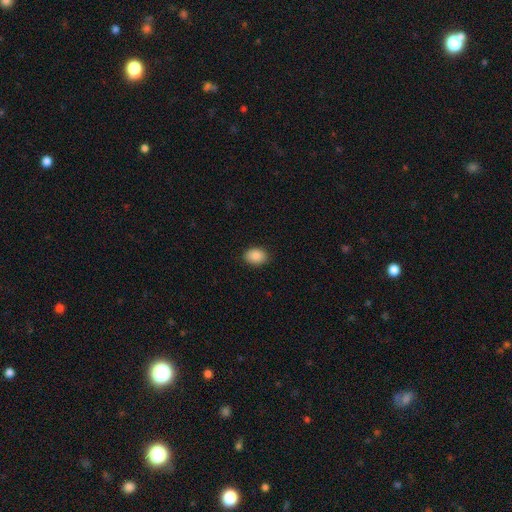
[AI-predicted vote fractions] Smooth or featured?
  - smooth: 89% *
  - star or artifact: 7%
  - featured or disk: 4%
How rounded?
  - in between: 75% *
  - round: 24%
  - cigar-shaped: 1%
Merging?
  - none: 88% *
  - minor disturbance: 9%
  - major disturbance: 2%
  - merger: 1%